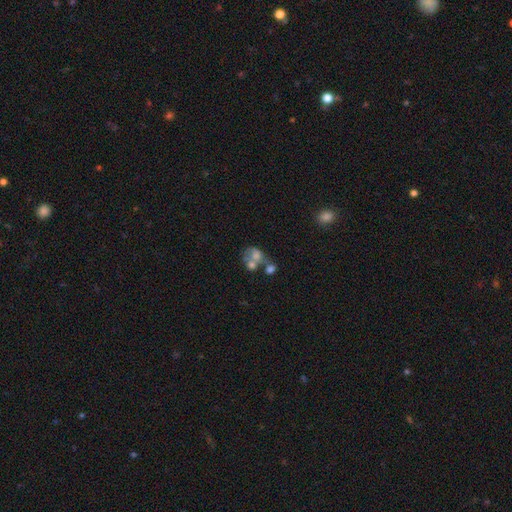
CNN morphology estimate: smooth-or-featured: smooth: 55% | featured or disk: 31% | star or artifact: 14%
  how-rounded: in between: 52% | round: 47% | cigar-shaped: 1%
  merging: merger: 53% | none: 22% | major disturbance: 14% | minor disturbance: 12%